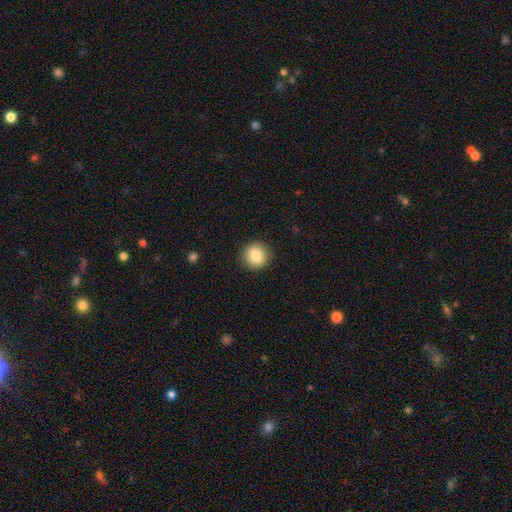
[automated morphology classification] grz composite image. It shows a smooth galaxy with no disk features (84%) that is round (94%). Merging: none (91%).